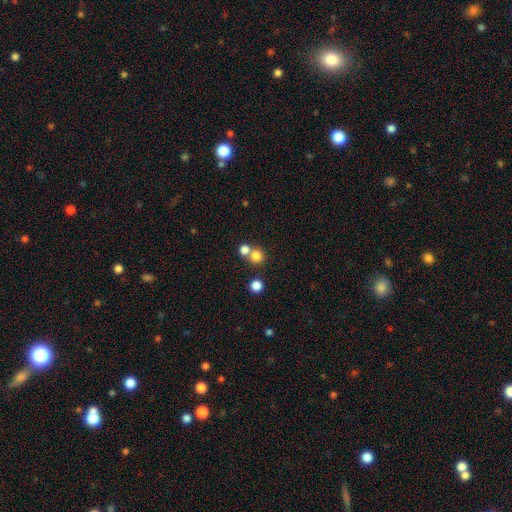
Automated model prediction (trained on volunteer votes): smooth 79%, star or artifact 13%, featured or disk 8%. Down the decision tree: how rounded — round (89%); merging — none (52%).